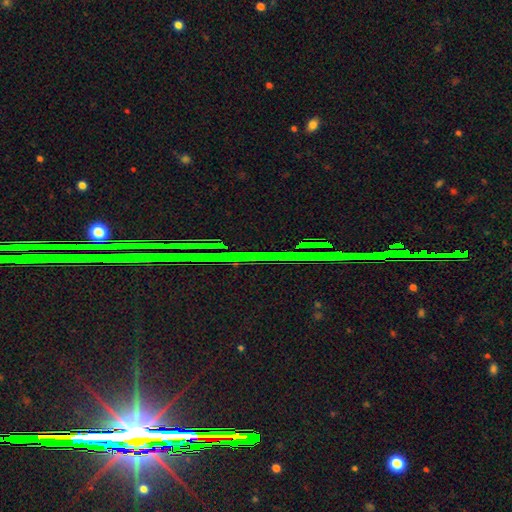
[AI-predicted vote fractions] Morphology: type=star or artifact (85%).